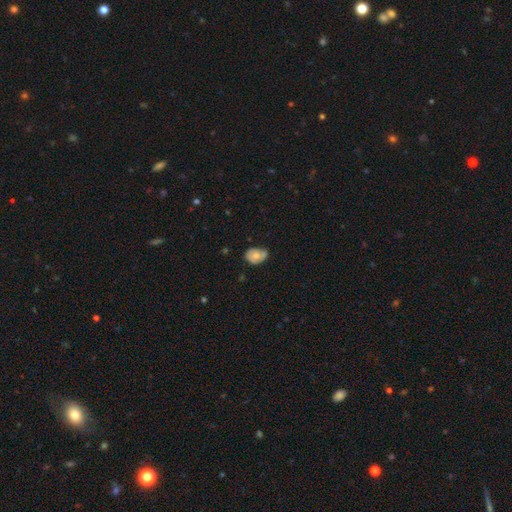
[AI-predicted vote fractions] smooth 53%, featured or disk 39%, star or artifact 7%. Down the decision tree: how rounded — in between (65%); merging — none (49%).